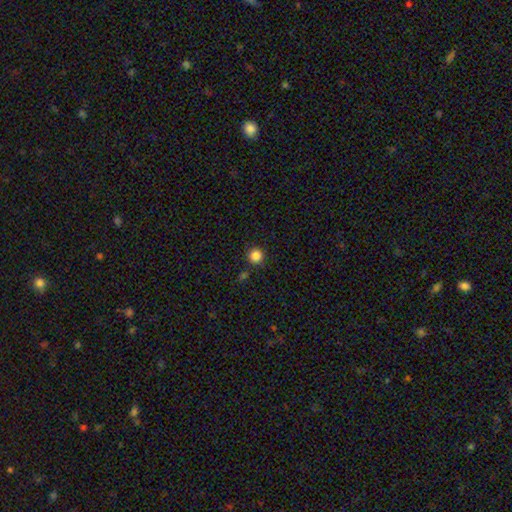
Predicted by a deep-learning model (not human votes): The model was most divided on "smooth or featured": smooth: 86%, star or artifact: 11%, featured or disk: 3%. More confident: how rounded — round (95%); merging — none (89%).